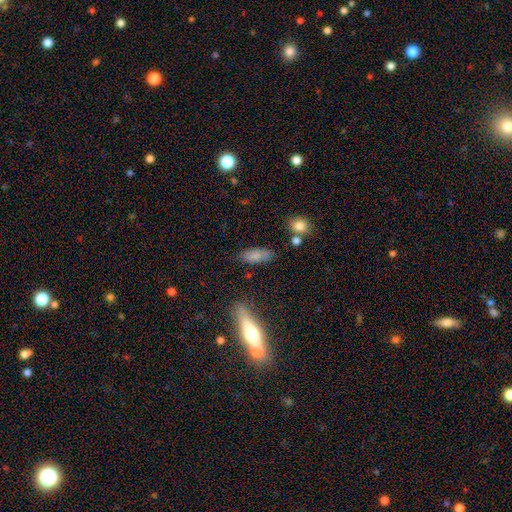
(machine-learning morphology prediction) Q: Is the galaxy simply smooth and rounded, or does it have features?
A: smooth — 80%.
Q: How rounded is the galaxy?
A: in between — 75%.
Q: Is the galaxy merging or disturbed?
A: none — 73%.